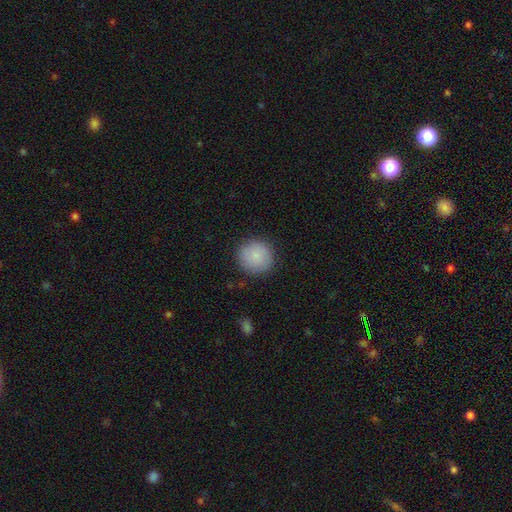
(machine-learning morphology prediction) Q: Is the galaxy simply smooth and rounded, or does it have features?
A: smooth — 87%.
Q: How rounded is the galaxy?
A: round — 92%.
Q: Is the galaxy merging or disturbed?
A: none — 88%.